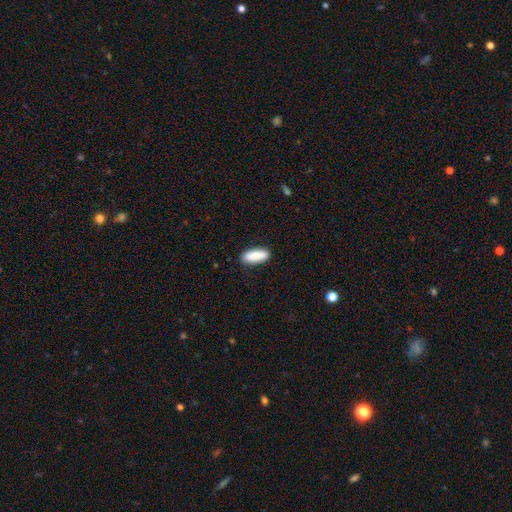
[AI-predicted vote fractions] A smooth galaxy with no disk features (88%) that is in between round and cigar-shaped (70%). Merging: none (88%).